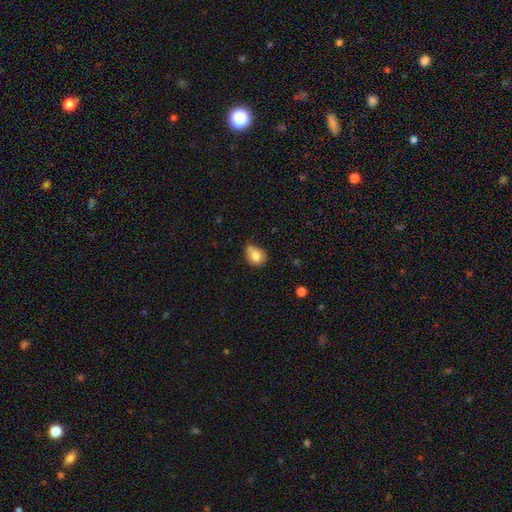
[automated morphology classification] Q: Smooth or featured?
A: smooth (81%); runner-up: featured or disk (10%)
Q: How rounded?
A: round (63%); runner-up: in between (36%)
Q: Merging?
A: none (54%); runner-up: minor disturbance (32%)